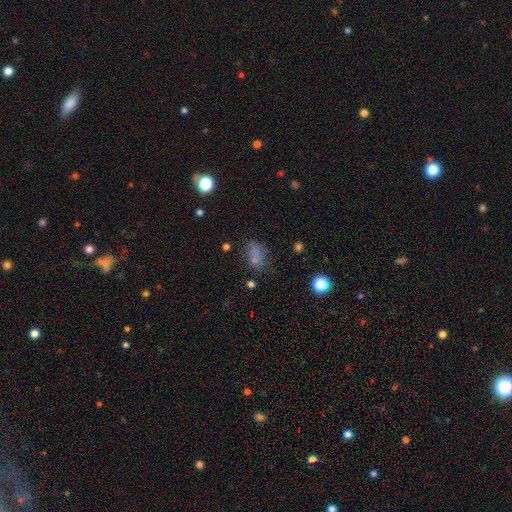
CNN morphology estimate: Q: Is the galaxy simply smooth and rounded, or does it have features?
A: smooth — 70%.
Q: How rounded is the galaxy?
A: in between — 83%.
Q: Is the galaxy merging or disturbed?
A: none — 53%.